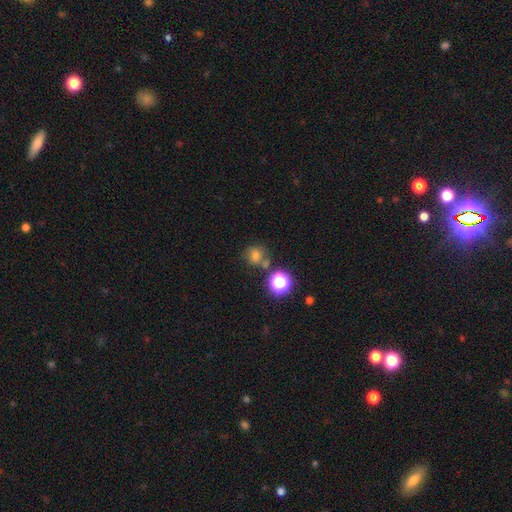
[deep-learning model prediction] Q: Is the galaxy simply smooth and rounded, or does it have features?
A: smooth — 63%.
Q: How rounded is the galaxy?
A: round — 83%.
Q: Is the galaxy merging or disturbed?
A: none — 64%.